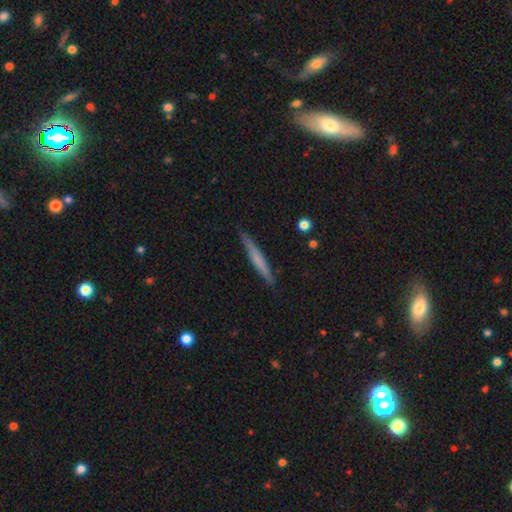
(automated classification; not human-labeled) Smooth or featured? smooth (53%)
How rounded? cigar-shaped (96%)
Merging? none (89%)